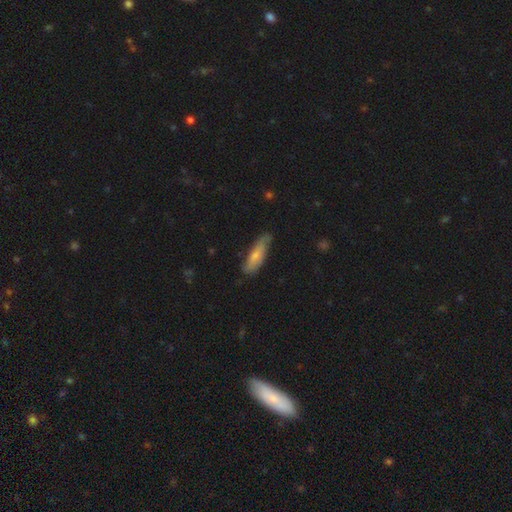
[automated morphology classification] Q: Smooth or featured?
A: smooth (66%); runner-up: featured or disk (28%)
Q: How rounded?
A: cigar-shaped (58%); runner-up: in between (41%)
Q: Merging?
A: none (65%); runner-up: minor disturbance (28%)